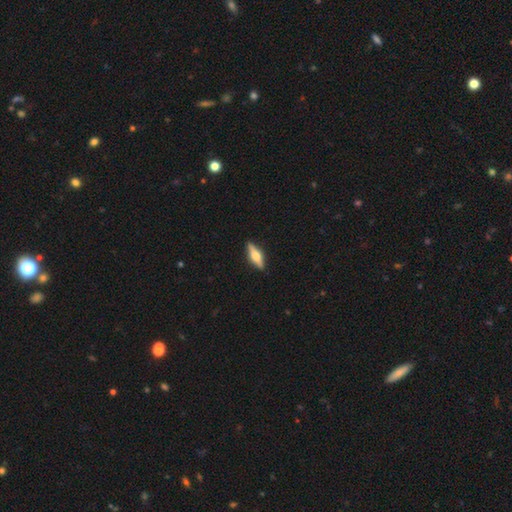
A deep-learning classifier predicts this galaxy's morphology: smooth_or_featured: featured or disk (p=0.63) [alt: smooth p=0.31]
disk_edge_on: yes (p=0.96) [alt: no p=0.04]
edge_on_bulge: rounded (p=0.92) [alt: boxy p=0.06]
merging: none (p=0.90) [alt: minor disturbance p=0.07]